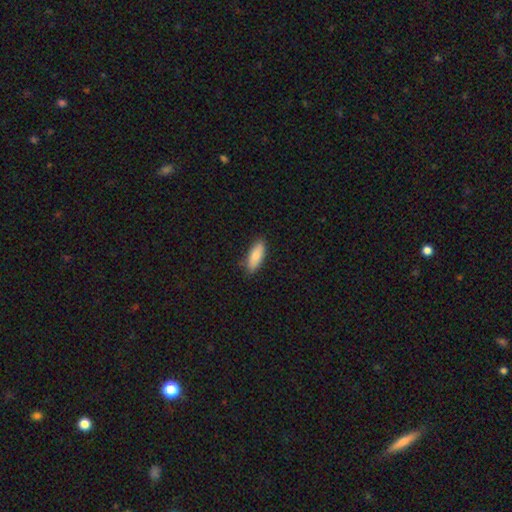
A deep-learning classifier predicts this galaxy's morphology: A smooth galaxy with no disk features (83%) that is in between round and cigar-shaped (69%). Merging: none (84%).